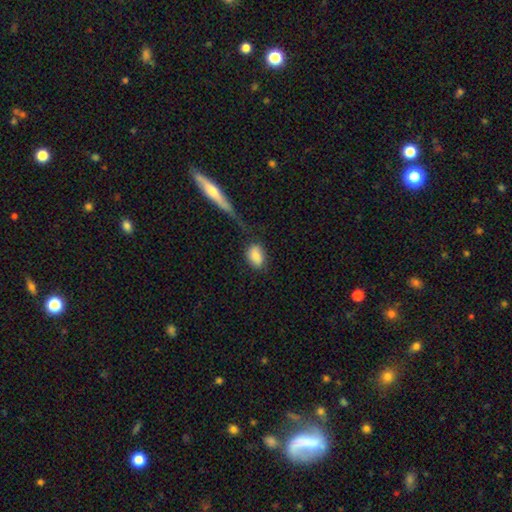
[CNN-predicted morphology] Q: Smooth or featured?
A: smooth (85%); runner-up: featured or disk (8%)
Q: How rounded?
A: in between (82%); runner-up: round (16%)
Q: Merging?
A: none (68%); runner-up: minor disturbance (18%)